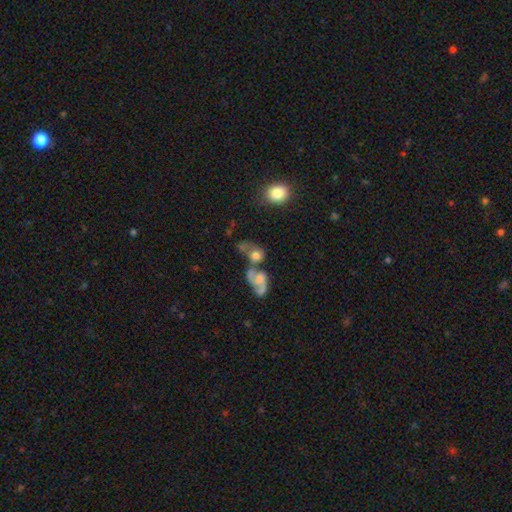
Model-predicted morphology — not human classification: Smooth or featured: smooth — 50% (featured or disk — 39%)
How rounded: in between — 49% (round — 48%)
Merging: merger — 54% (none — 22%)